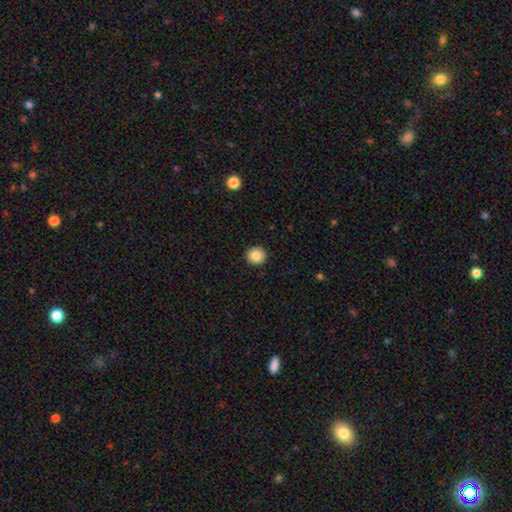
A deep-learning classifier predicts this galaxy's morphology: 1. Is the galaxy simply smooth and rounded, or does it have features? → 86% smooth, 9% star or artifact, 5% featured or disk.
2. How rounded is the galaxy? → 93% round, 6% in between, 1% cigar-shaped.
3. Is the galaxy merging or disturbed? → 93% none, 5% minor disturbance, 2% major disturbance, 1% merger.